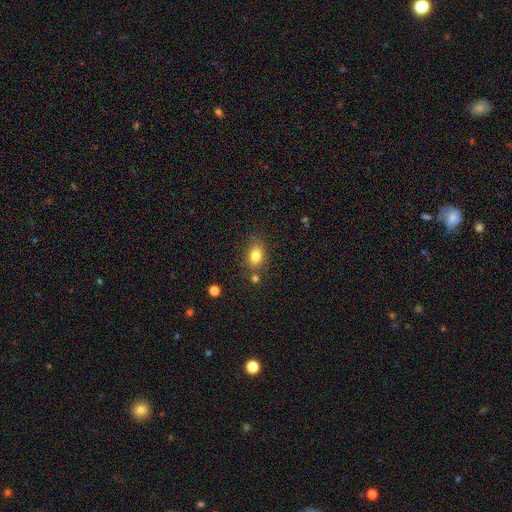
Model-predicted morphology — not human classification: This is clearly a smooth galaxy (81%). How rounded: likely in between (74%). Merging: likely none (75%).